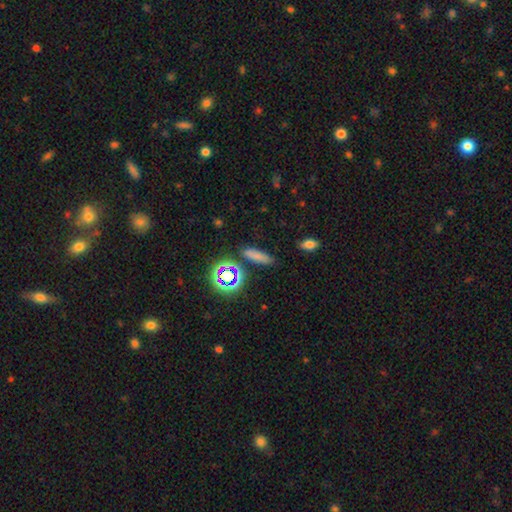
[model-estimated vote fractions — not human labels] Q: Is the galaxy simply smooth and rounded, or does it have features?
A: smooth — 72%.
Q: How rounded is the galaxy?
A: cigar-shaped — 60%.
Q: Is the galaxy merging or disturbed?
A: none — 83%.